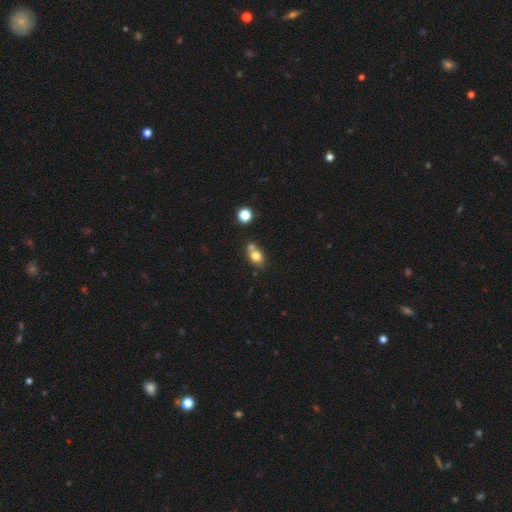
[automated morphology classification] This appears to be a smooth galaxy with no disk features (77%) that is in between round and cigar-shaped (49%, tied with round). Merging: none (48%).